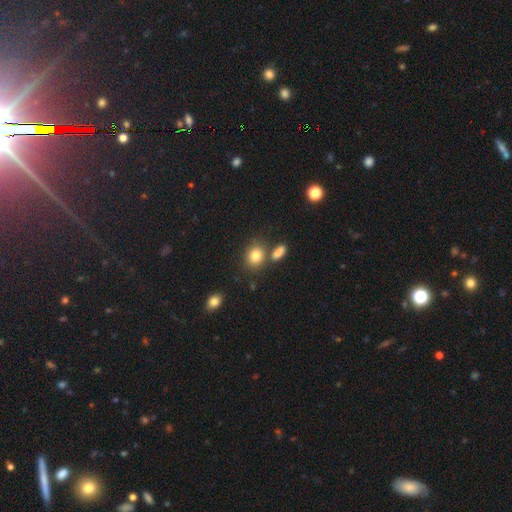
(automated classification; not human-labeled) Smooth or featured: smooth — 82% (star or artifact — 10%)
How rounded: round — 60% (in between — 38%)
Merging: none — 67% (merger — 18%)